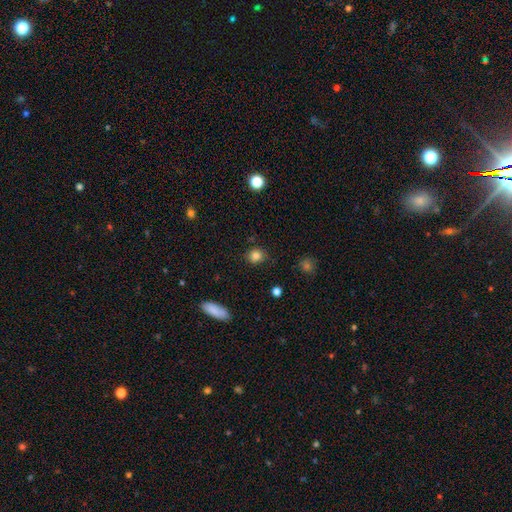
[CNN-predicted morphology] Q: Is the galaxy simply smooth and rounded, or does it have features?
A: smooth — 83%.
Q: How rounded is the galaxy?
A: round — 81%.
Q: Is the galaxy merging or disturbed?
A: none — 79%.